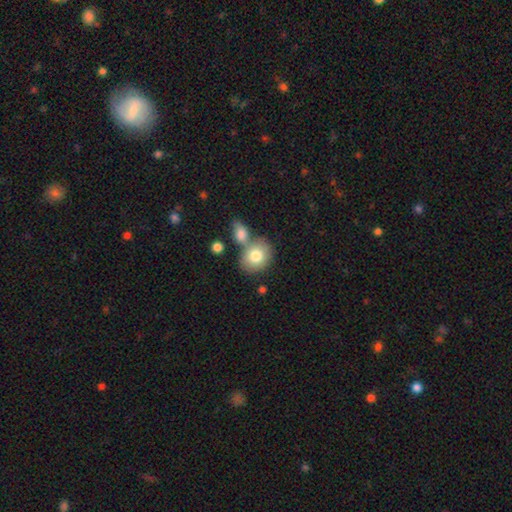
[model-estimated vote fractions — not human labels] This appears to be a smooth galaxy with no disk features (78%) that is round (54%). Merging: none (53%).